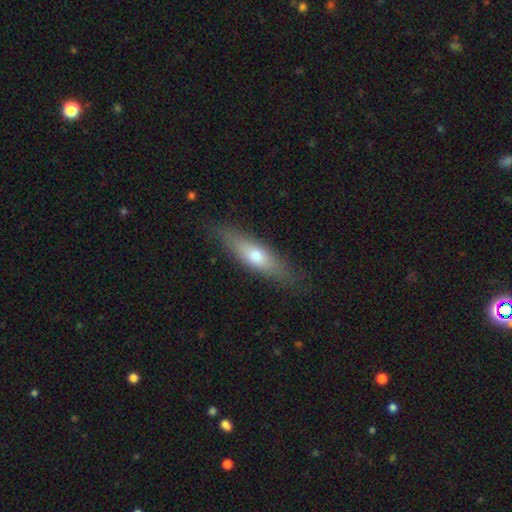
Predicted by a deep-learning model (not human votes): Overall: smooth (62%; featured or disk 32%). How rounded: cigar-shaped (61%; in between 37%). Merging: none (83%).